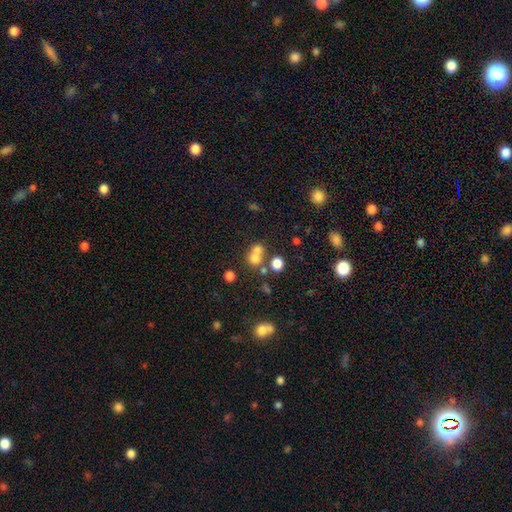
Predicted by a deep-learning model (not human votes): The model was most divided on "merging": merger: 49%, none: 40%, minor disturbance: 7%, major disturbance: 4%. More confident: how rounded — round (78%); smooth or featured — smooth (67%).